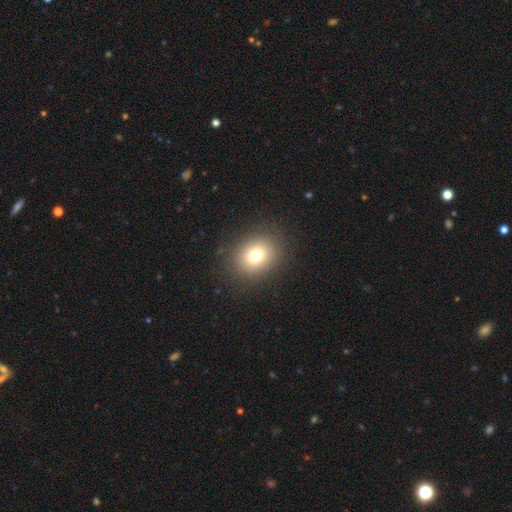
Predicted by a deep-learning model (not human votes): smooth 76%, star or artifact 14%, featured or disk 10%. Down the decision tree: how rounded — round (61%); merging — none (88%).